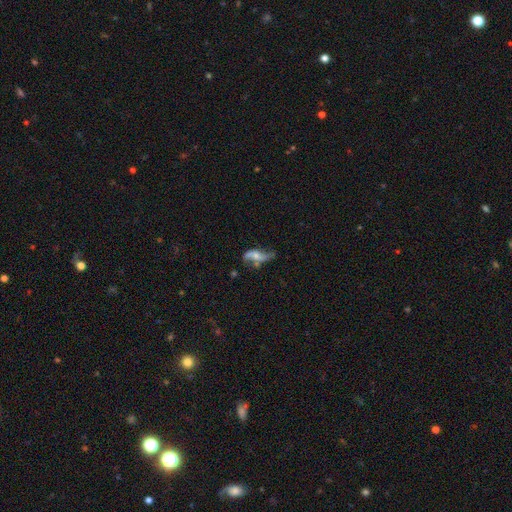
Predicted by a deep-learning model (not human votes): Overall: featured or disk (69%). Edge-on disk: no (88%). Bar: no (57%; weak 31%). Spiral arms: yes (84%). Spiral arm count: 2 (87%). Spiral winding: loose (86%). Bulge size: small (39%; moderate 32%). Merging: none (47%; minor disturbance 22%).